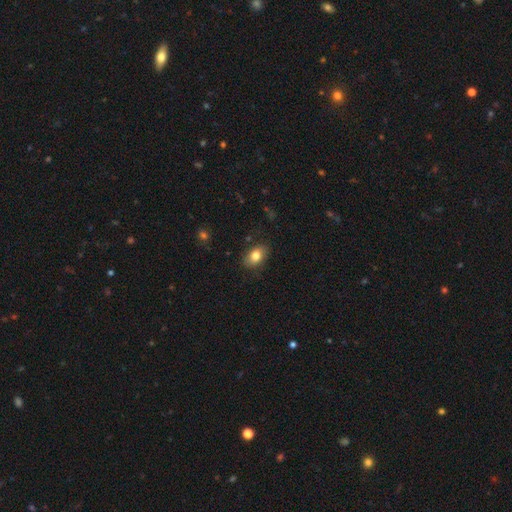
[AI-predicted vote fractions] Smooth or featured: smooth — 81% (featured or disk — 10%)
How rounded: in between — 84% (round — 15%)
Merging: none — 83% (minor disturbance — 13%)